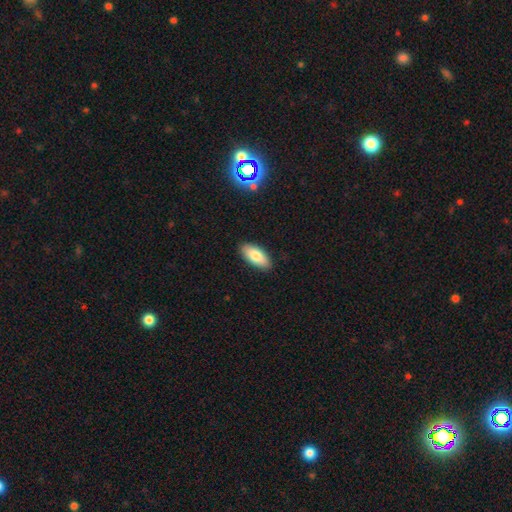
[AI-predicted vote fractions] Overall: smooth (83%). How rounded: in between (90%). Merging: none (89%).